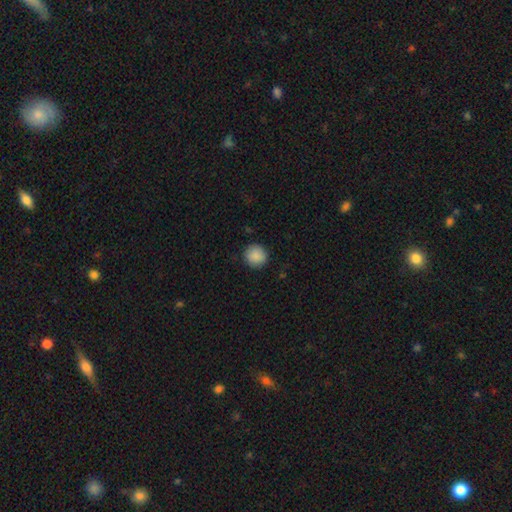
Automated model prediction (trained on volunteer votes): This appears to be a smooth galaxy with no disk features (89%) that is round (93%). Merging: none (90%).